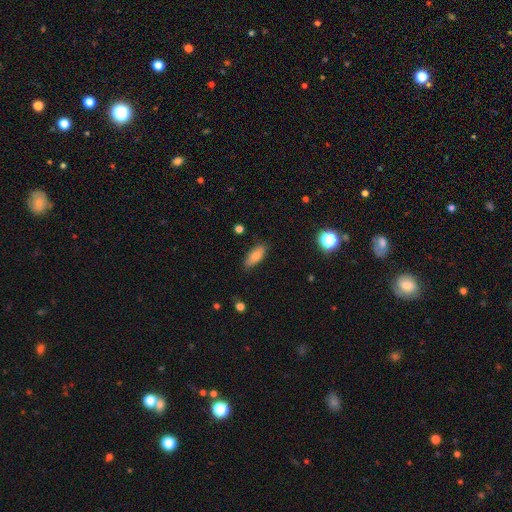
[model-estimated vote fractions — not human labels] This is likely a smooth galaxy (78%). How rounded: likely in between (77%). Merging: clearly none (83%).